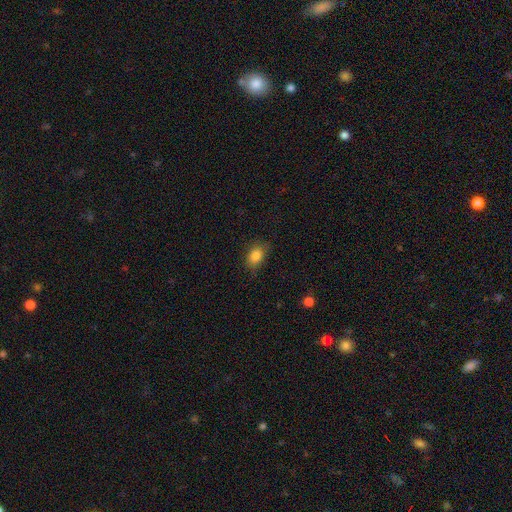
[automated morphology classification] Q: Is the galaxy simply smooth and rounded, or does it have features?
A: smooth — 84%.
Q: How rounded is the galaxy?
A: in between — 73%.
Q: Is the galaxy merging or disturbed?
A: none — 75%.